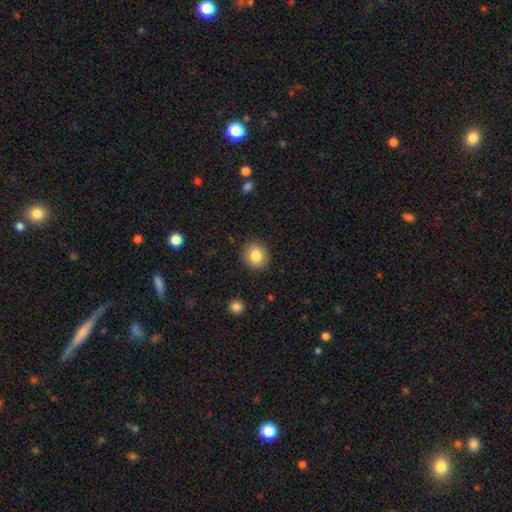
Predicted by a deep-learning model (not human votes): Overall: smooth (84%). How rounded: round (82%). Merging: none (89%).